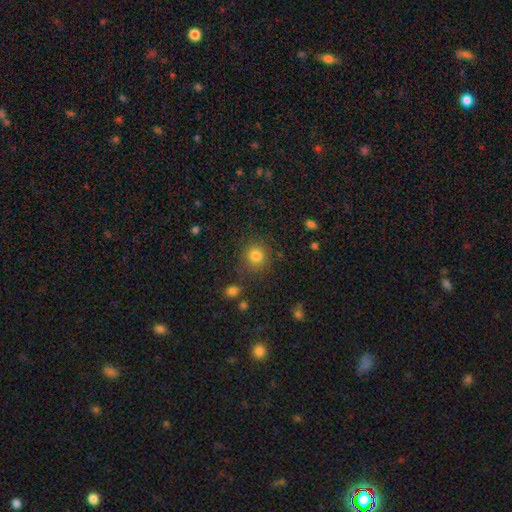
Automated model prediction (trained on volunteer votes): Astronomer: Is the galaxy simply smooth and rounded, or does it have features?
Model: smooth — 81%.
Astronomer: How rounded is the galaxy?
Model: round — 89%.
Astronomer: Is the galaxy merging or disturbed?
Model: none — 83%.